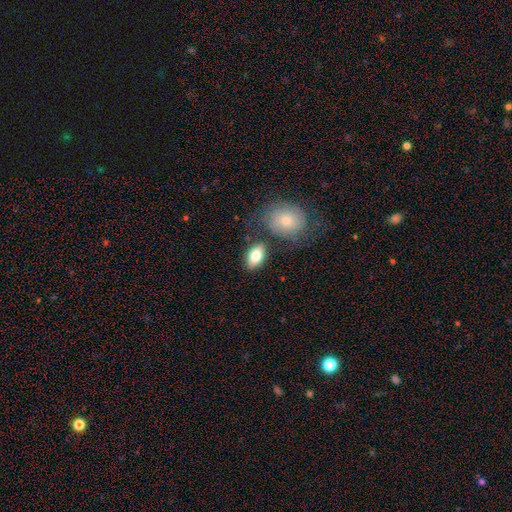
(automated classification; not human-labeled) Smooth or featured? Predicted: smooth (p=0.81). How rounded? Predicted: in between (p=0.89). Merging? Predicted: none (p=0.74).